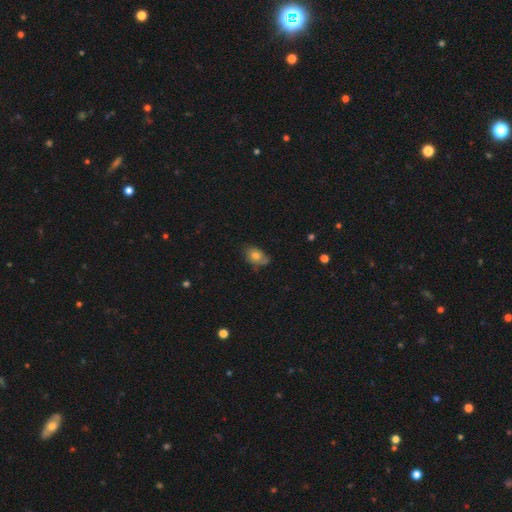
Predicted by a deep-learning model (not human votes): Q: Smooth or featured?
A: smooth (73%); runner-up: featured or disk (18%)
Q: How rounded?
A: in between (77%); runner-up: round (22%)
Q: Merging?
A: none (58%); runner-up: minor disturbance (32%)